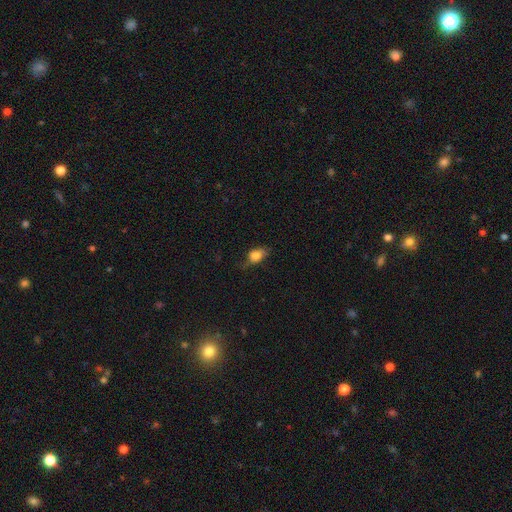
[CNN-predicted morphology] The model was most divided on "merging": none: 50%, minor disturbance: 33%, major disturbance: 15%, merger: 2%. More confident: smooth or featured — smooth (77%); how rounded — in between (75%).